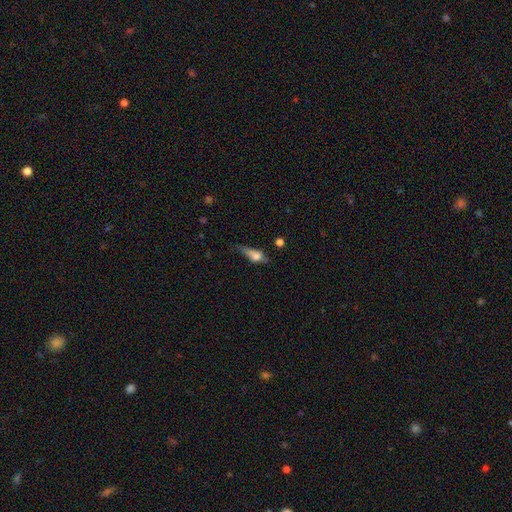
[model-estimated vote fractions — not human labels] This is possibly a smooth galaxy (56%). How rounded: possibly in between (53%). Merging: marginally none (38%).